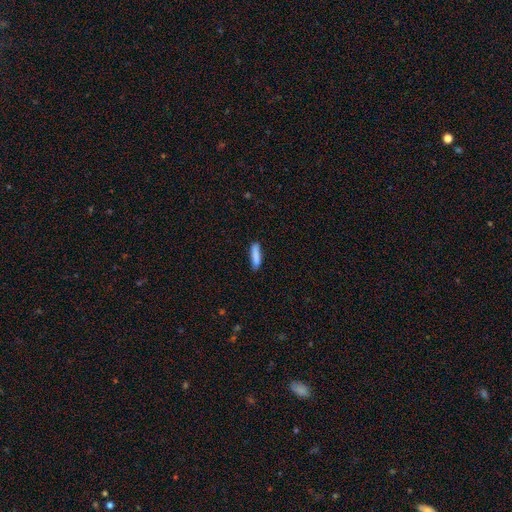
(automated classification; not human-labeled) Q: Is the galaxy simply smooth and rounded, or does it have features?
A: smooth — 86%.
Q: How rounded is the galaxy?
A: cigar-shaped — 75%.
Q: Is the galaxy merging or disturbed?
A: none — 83%.